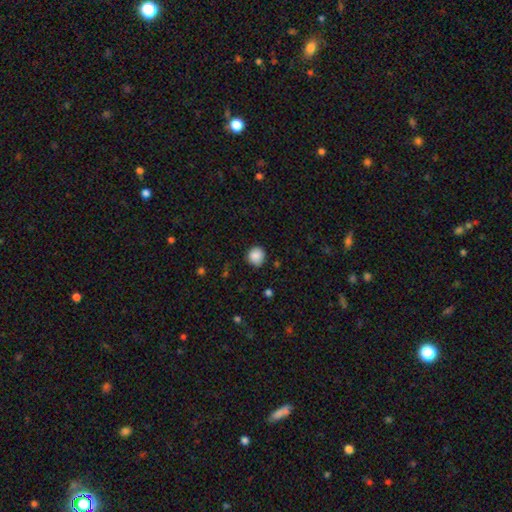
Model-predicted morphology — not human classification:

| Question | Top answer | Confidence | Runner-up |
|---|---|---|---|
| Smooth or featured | smooth | 87% | star or artifact (9%) |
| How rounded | round | 91% | in between (8%) |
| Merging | none | 86% | minor disturbance (10%) |